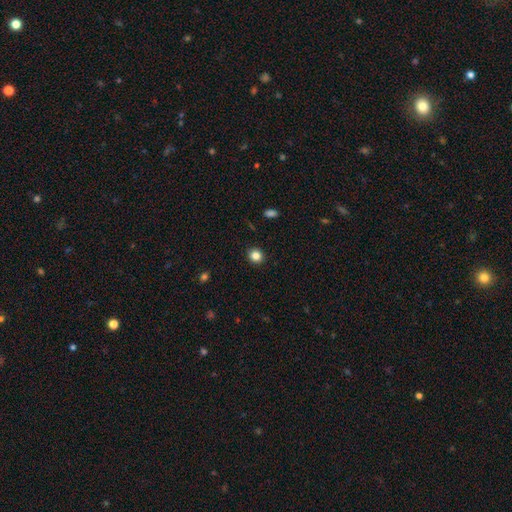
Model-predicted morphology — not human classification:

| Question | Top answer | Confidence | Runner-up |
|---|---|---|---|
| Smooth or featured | smooth | 84% | star or artifact (11%) |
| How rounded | round | 88% | in between (11%) |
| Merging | none | 92% | minor disturbance (5%) |